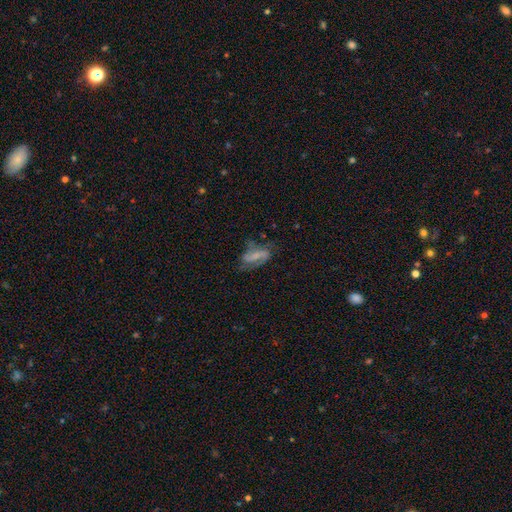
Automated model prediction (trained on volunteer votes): Smooth or featured: featured or disk — 67% (smooth — 24%)
Edge-on disk: no — 95% (yes — 5%)
Bar: weak — 39% (strong — 35%)
Spiral arms: yes — 86% (no — 14%)
Spiral winding: medium — 43% (loose — 38%)
Spiral arm count: 2 — 77% (1 — 10%)
Bulge size: none — 40% (small — 37%)
Merging: none — 51% (minor disturbance — 24%)